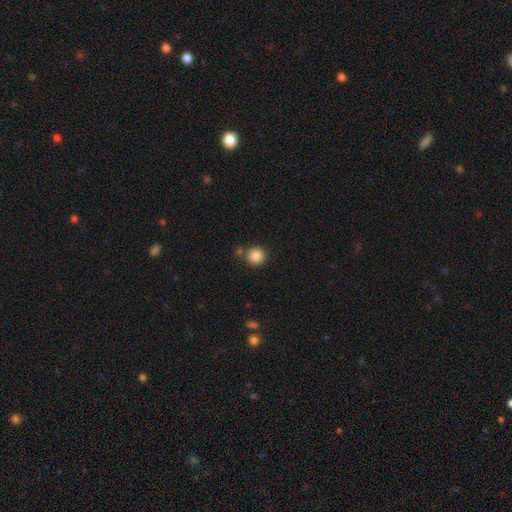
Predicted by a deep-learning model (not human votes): Smooth or featured?
  - smooth: 87% *
  - star or artifact: 10%
  - featured or disk: 4%
How rounded?
  - round: 94% *
  - in between: 5%
  - cigar-shaped: 1%
Merging?
  - none: 79% *
  - merger: 10%
  - minor disturbance: 8%
  - major disturbance: 3%